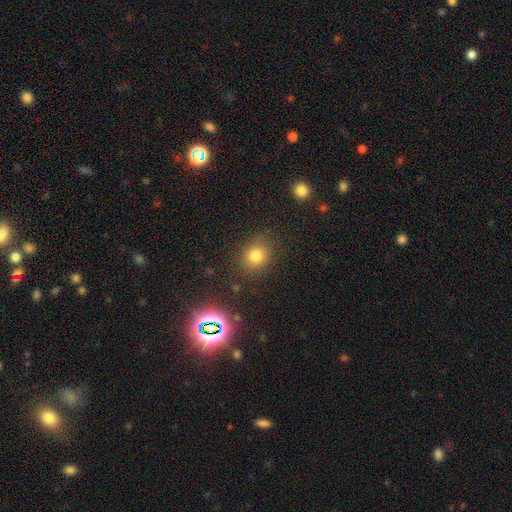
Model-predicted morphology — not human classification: Q: Smooth or featured?
A: smooth (76%); runner-up: star or artifact (16%)
Q: How rounded?
A: round (66%); runner-up: in between (33%)
Q: Merging?
A: none (82%); runner-up: minor disturbance (11%)